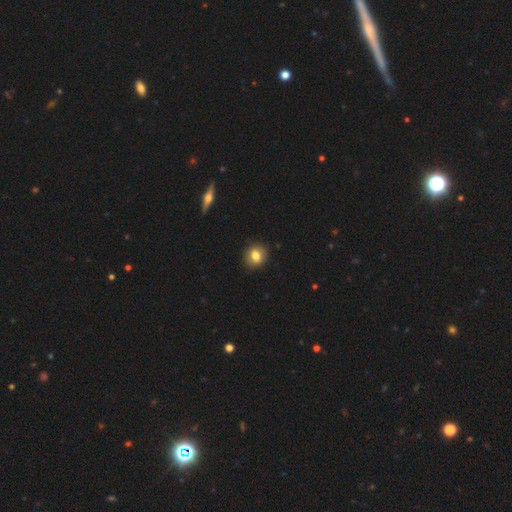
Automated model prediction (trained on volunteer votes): Overall: smooth (79%). How rounded: round (79%). Merging: none (89%).